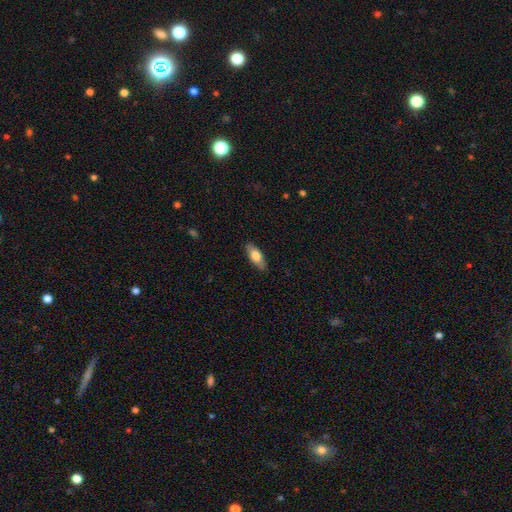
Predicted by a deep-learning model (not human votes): Smooth or featured? smooth (73%)
How rounded? in between (77%)
Merging? none (86%)